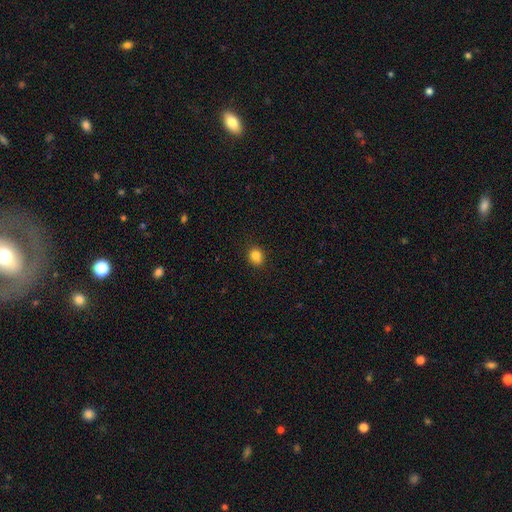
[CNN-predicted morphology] Smooth or featured? Predicted: smooth (p=0.84). How rounded? Predicted: round (p=0.62). Merging? Predicted: none (p=0.89).